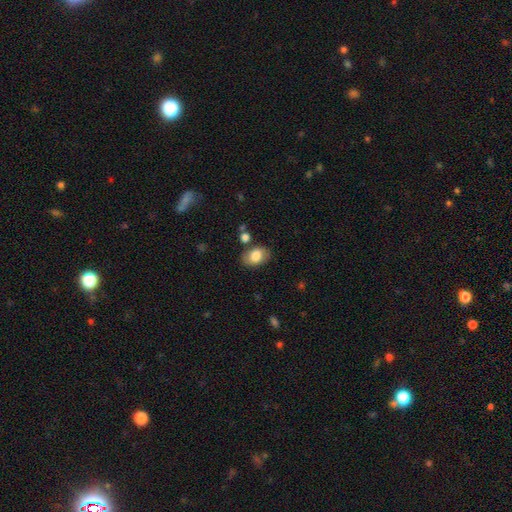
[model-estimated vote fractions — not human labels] Overall: smooth (80%). How rounded: in between (85%). Merging: none (78%).